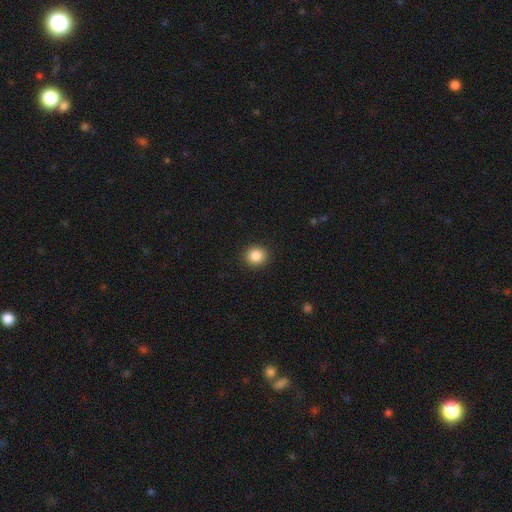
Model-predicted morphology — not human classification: A smooth galaxy with no disk features (87%) that is round (89%). Merging: none (92%).